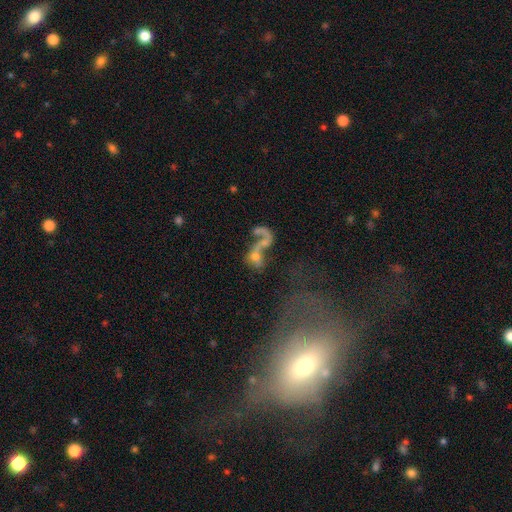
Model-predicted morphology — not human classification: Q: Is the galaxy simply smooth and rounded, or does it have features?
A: featured or disk — 59%.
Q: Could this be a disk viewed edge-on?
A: no — 95%.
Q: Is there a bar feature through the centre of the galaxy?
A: no — 68%.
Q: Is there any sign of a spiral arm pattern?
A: yes — 59%.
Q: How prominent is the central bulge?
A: small — 34%.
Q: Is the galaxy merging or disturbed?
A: merger — 55%.